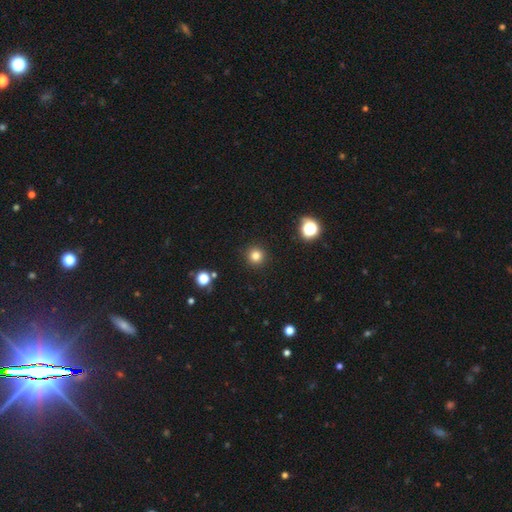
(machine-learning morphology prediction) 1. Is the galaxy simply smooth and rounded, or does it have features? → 81% smooth, 14% star or artifact, 5% featured or disk.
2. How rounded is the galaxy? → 95% round, 4% in between, 1% cigar-shaped.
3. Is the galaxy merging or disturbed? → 92% none, 5% minor disturbance, 2% major disturbance, 1% merger.